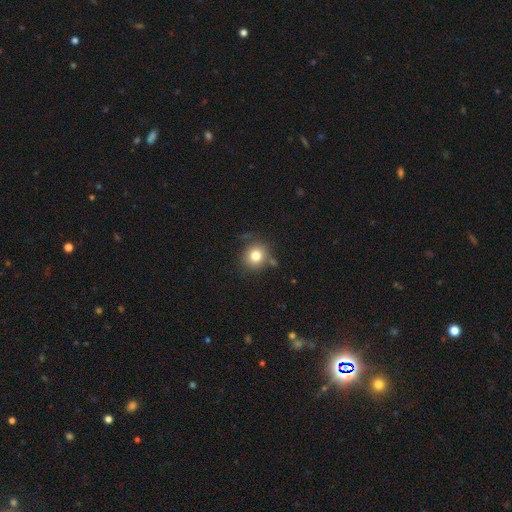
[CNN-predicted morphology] smooth-or-featured: smooth: 80% | star or artifact: 11% | featured or disk: 9%
  how-rounded: round: 86% | in between: 14% | cigar-shaped: 1%
  merging: none: 76% | minor disturbance: 14% | merger: 6% | major disturbance: 4%